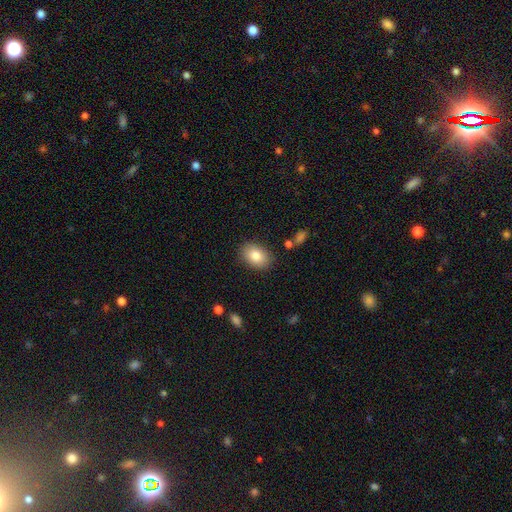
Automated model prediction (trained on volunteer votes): The model was most divided on "how rounded": in between: 82%, round: 17%, cigar-shaped: 1%. More confident: merging — none (87%); smooth or featured — smooth (82%).